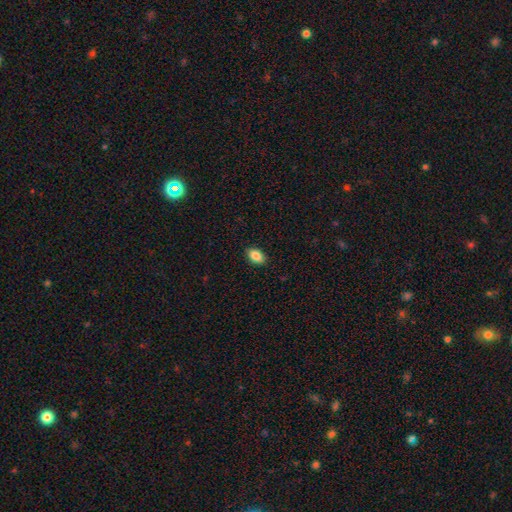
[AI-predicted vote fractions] Q: Smooth or featured?
A: smooth (86%); runner-up: star or artifact (8%)
Q: How rounded?
A: in between (89%); runner-up: round (10%)
Q: Merging?
A: none (89%); runner-up: minor disturbance (8%)